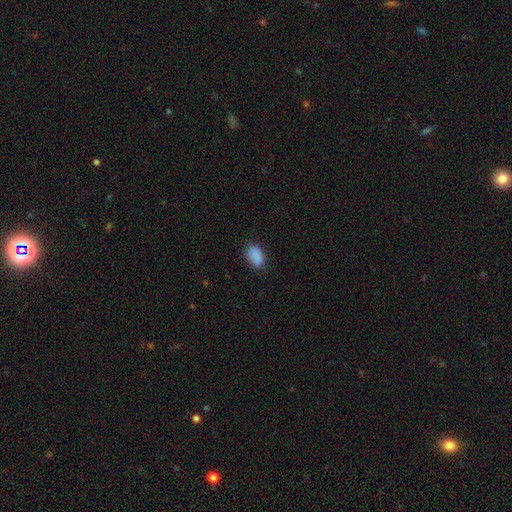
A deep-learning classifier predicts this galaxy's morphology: smooth 86%, star or artifact 9%, featured or disk 5%. Down the decision tree: how rounded — in between (89%); merging — none (75%).